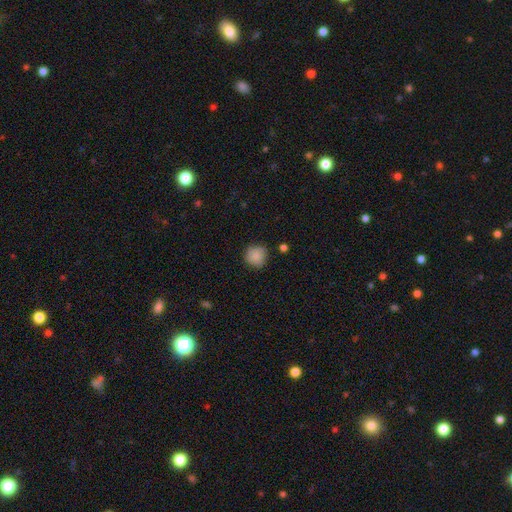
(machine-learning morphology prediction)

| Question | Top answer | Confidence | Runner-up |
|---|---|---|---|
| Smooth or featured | smooth | 86% | star or artifact (9%) |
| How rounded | round | 90% | in between (9%) |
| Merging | none | 79% | minor disturbance (15%) |